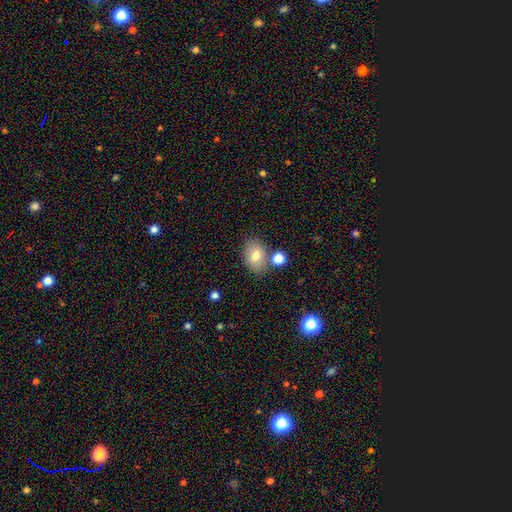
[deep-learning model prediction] The model was most divided on "merging": none: 70%, minor disturbance: 13%, merger: 13%, major disturbance: 4%. More confident: how rounded — in between (80%); smooth or featured — smooth (75%).